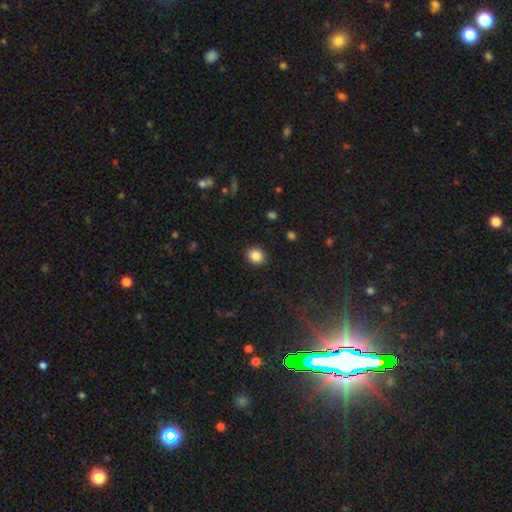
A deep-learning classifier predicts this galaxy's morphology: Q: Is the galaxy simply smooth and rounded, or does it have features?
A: smooth — 87%.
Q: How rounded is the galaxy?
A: round — 71%.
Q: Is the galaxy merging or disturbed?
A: none — 90%.